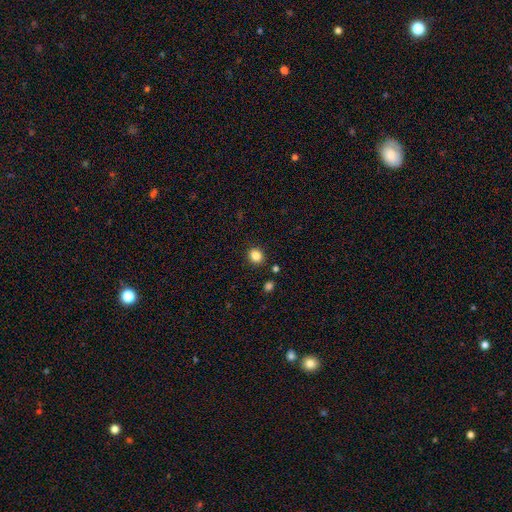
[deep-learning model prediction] Smooth or featured: smooth — 85% (star or artifact — 11%)
How rounded: round — 79% (in between — 21%)
Merging: none — 89% (minor disturbance — 6%)